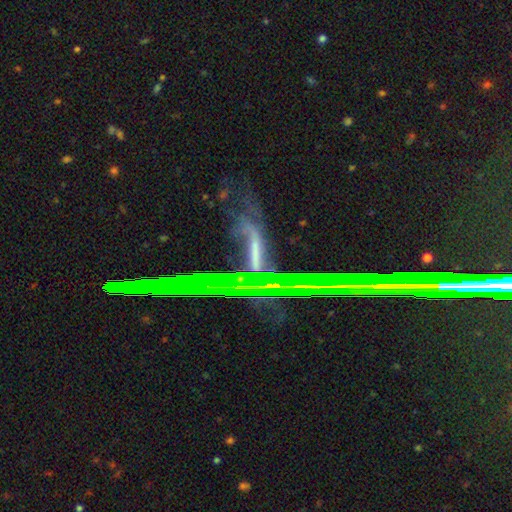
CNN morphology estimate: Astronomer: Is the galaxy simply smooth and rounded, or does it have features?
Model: featured or disk — 46% (runner-up: star or artifact, 39%).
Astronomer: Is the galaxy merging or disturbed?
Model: none — 61%.